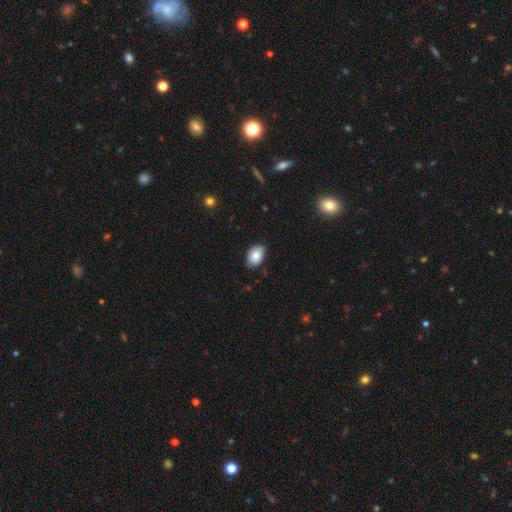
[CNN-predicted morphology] Smooth or featured? smooth (86%)
How rounded? in between (86%)
Merging? none (71%)